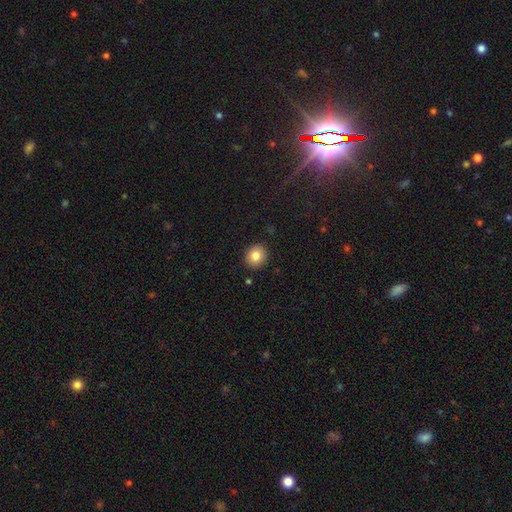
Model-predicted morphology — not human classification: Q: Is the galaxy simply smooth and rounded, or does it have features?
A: smooth — 82%.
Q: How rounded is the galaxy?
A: round — 78%.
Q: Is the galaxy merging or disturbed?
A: none — 90%.